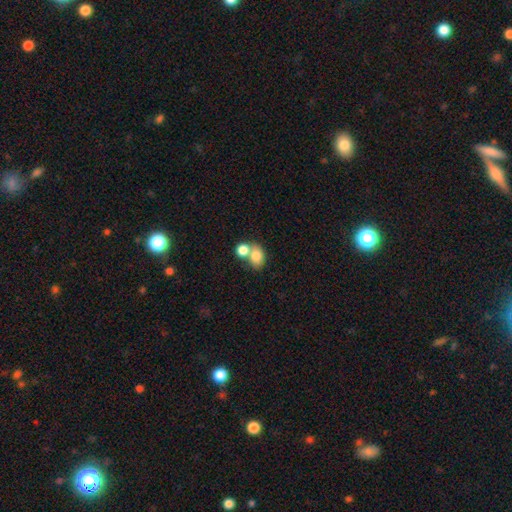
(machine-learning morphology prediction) smooth_or_featured: smooth (p=0.79) [alt: featured or disk p=0.12]
how_rounded: in between (p=0.58) [alt: round p=0.41]
merging: merger (p=0.53) [alt: none p=0.35]